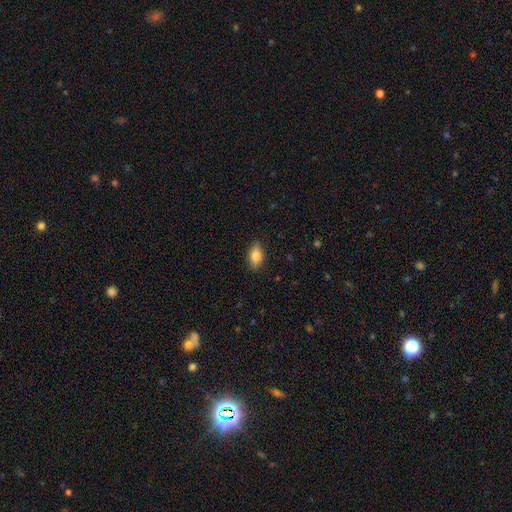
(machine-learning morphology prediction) smooth 77%, featured or disk 15%, star or artifact 8%. Down the decision tree: how rounded — in between (85%); merging — none (85%).